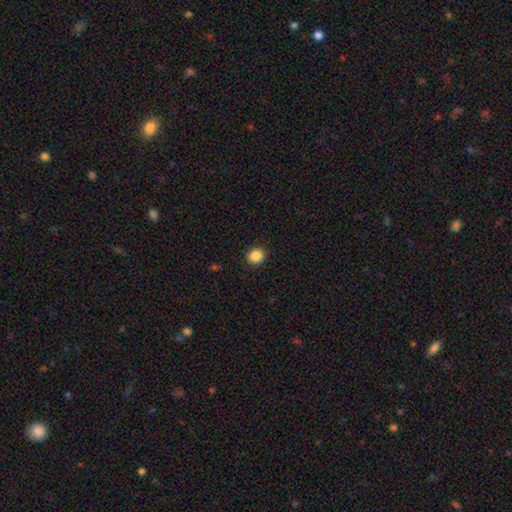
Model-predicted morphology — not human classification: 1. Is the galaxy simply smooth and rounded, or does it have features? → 87% smooth, 10% star or artifact, 3% featured or disk.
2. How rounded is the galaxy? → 88% round, 11% in between, 1% cigar-shaped.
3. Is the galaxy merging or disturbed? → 92% none, 5% minor disturbance, 2% major disturbance, 1% merger.